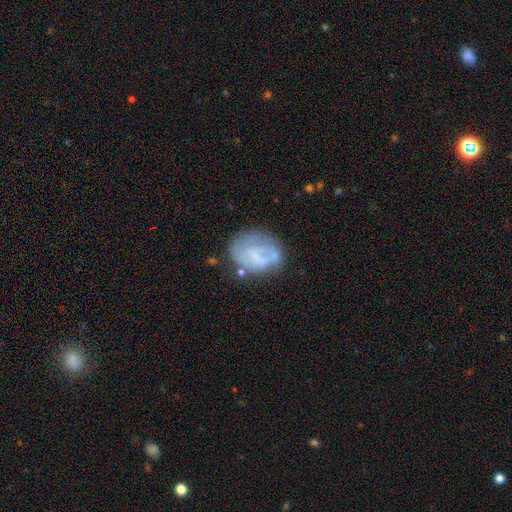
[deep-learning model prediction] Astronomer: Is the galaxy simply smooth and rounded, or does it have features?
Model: featured or disk — 50% (runner-up: smooth, 39%).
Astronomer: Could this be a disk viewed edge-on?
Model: no — 97%.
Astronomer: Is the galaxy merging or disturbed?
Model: none — 53%.